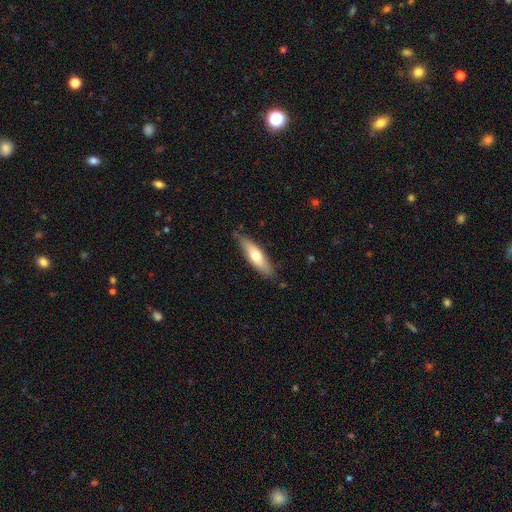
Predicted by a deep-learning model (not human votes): smooth_or_featured: smooth (p=0.59) [alt: featured or disk p=0.35]
how_rounded: cigar-shaped (p=0.60) [alt: in between p=0.38]
merging: none (p=0.80) [alt: minor disturbance p=0.15]